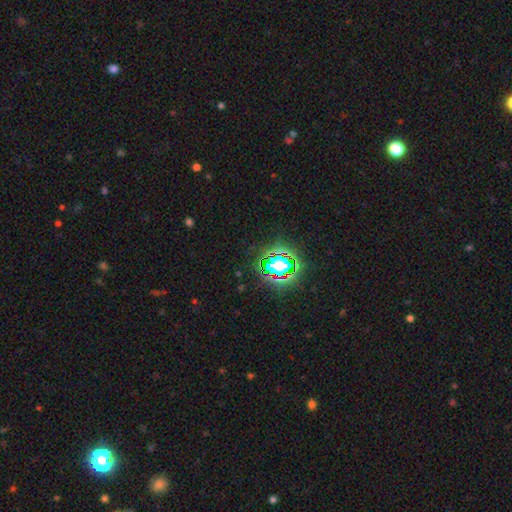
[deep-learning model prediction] Smooth or featured: star or artifact — 82% (smooth — 11%)